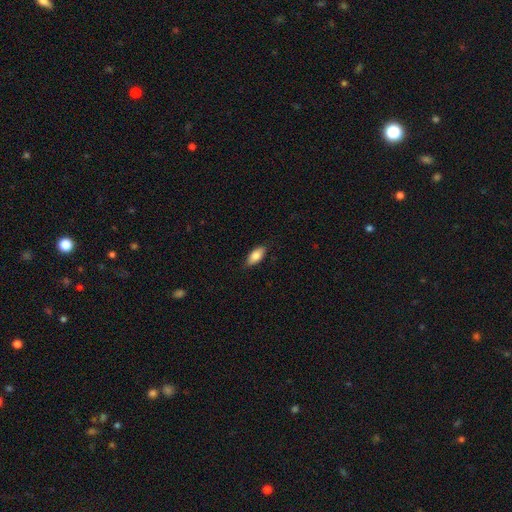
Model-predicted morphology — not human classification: A smooth galaxy with no disk features (84%) that is in between round and cigar-shaped (88%). Merging: none (85%).